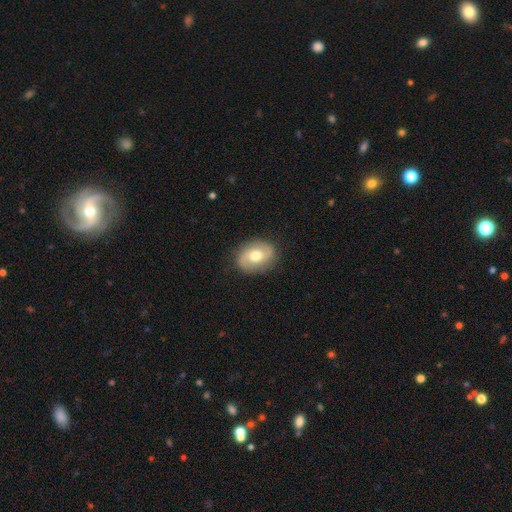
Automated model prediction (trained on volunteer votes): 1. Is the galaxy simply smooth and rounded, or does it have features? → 54% featured or disk, 39% smooth, 7% star or artifact.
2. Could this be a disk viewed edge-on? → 96% no, 4% yes.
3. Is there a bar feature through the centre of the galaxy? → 56% no, 34% weak, 10% strong.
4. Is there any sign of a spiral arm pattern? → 80% yes, 20% no.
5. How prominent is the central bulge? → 74% moderate, 14% small, 9% large, 1% dominant, 1% none.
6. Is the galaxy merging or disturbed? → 85% none, 11% minor disturbance, 3% major disturbance, 1% merger.